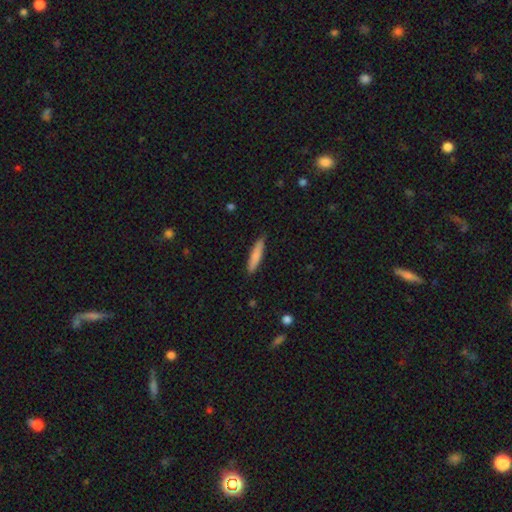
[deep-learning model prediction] smooth 81%, featured or disk 13%, star or artifact 6%. Down the decision tree: how rounded — cigar-shaped (83%); merging — none (86%).